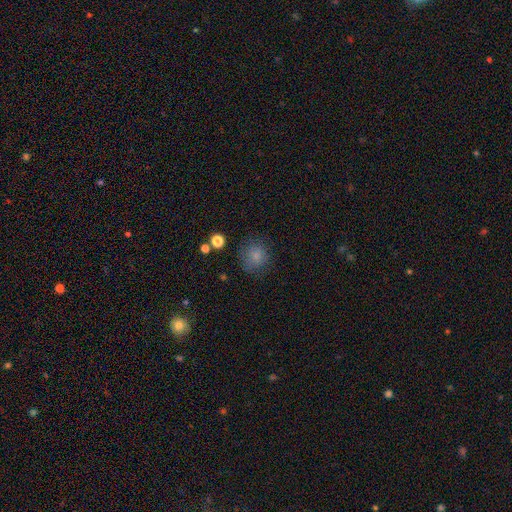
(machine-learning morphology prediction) Smooth or featured? Predicted: smooth (p=0.80). How rounded? Predicted: round (p=0.84). Merging? Predicted: none (p=0.74).